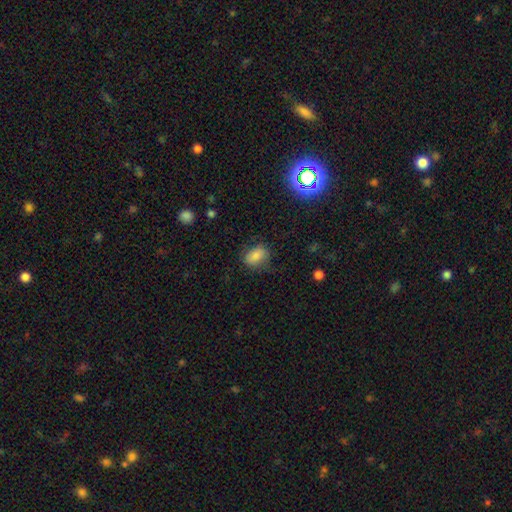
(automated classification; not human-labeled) Morphology: type=smooth (82%); roundness=in between (81%); merging=none (71%).